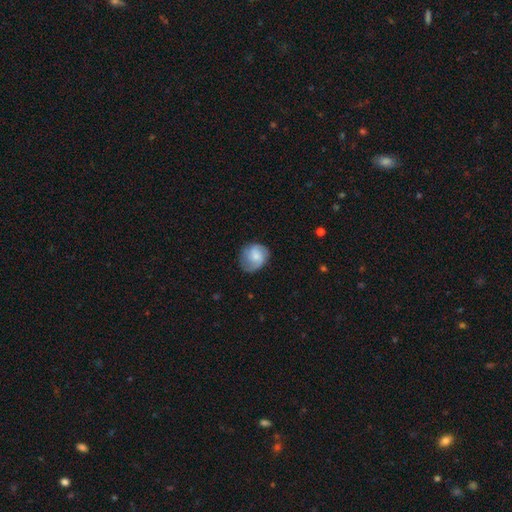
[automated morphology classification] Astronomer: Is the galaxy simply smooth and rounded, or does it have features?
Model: smooth — 56% (runner-up: featured or disk, 36%).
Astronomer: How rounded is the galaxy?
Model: round — 71%.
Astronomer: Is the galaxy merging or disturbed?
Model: none — 63%.